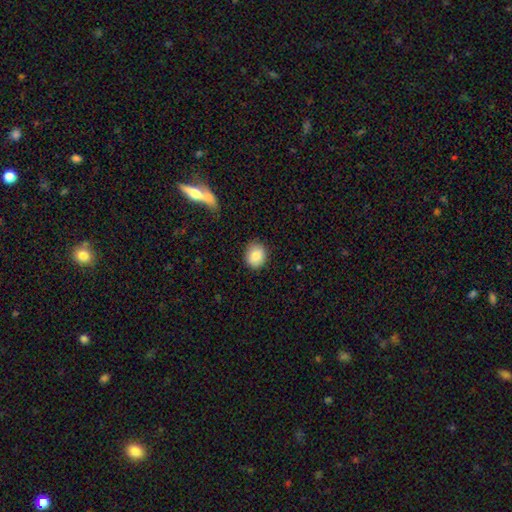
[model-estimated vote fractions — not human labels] Morphology: type=smooth (85%); roundness=round (66%); merging=none (85%).